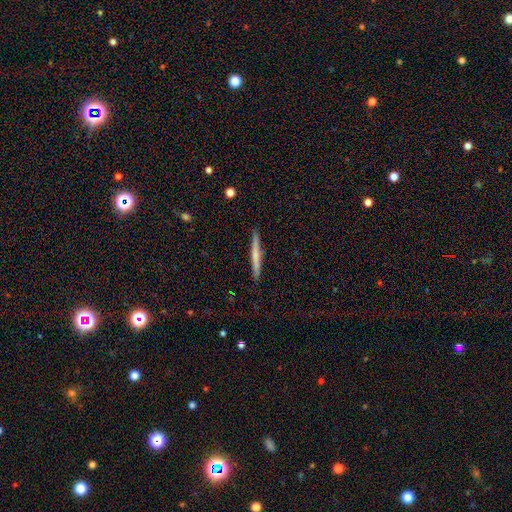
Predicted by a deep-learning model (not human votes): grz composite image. It shows a smooth galaxy with no disk features (55%) that is cigar-shaped (96%). Merging: none (91%).